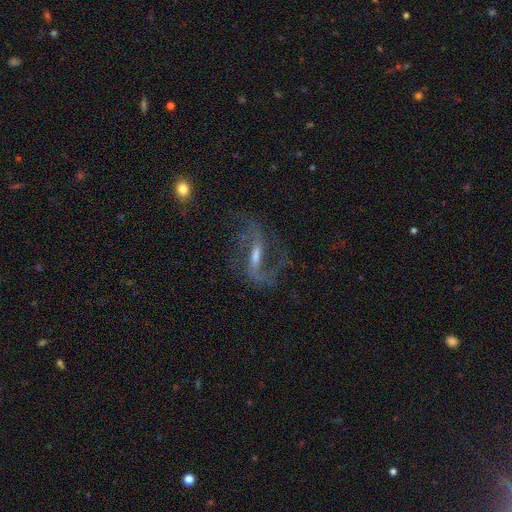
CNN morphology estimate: smooth_or_featured: featured or disk (p=0.83) [alt: smooth p=0.09]
disk_edge_on: no (p=0.88) [alt: yes p=0.12]
bar: strong (p=0.52) [alt: weak p=0.37]
has_spiral_arms: yes (p=0.92) [alt: no p=0.08]
spiral_winding: loose (p=0.65) [alt: medium p=0.28]
spiral_arm_count: 2 (p=0.86) [alt: can't tell p=0.05]
bulge_size: moderate (p=0.42) [alt: small p=0.38]
merging: none (p=0.59) [alt: major disturbance p=0.22]